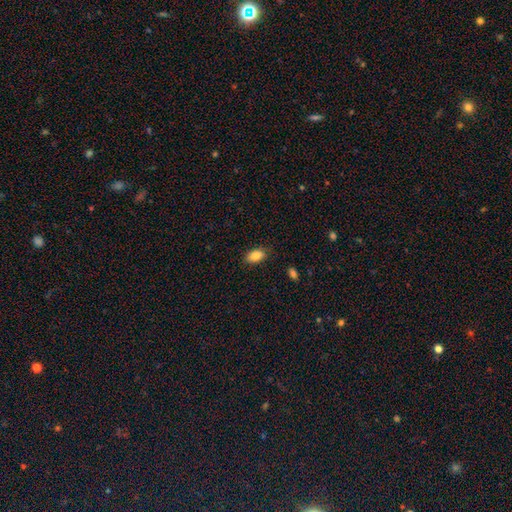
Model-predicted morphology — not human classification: Smooth or featured? smooth (88%)
How rounded? in between (92%)
Merging? none (83%)